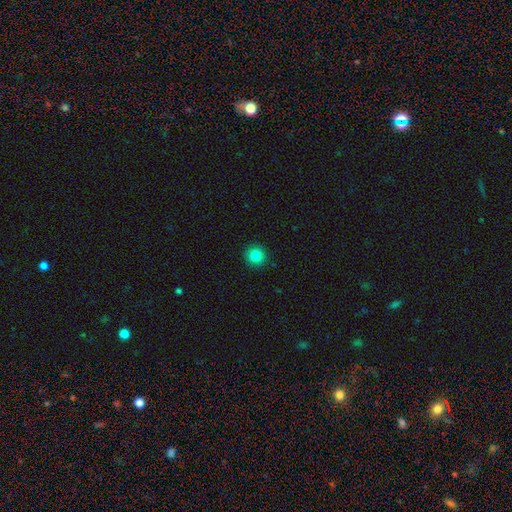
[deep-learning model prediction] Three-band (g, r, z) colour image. It shows a smooth galaxy with no disk features (83%) that is round (94%). Merging: none (92%).